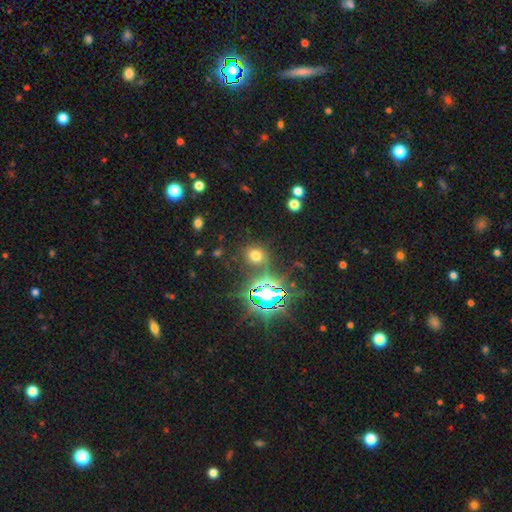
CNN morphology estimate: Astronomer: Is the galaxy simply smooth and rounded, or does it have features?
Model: smooth — 58% (runner-up: star or artifact, 33%).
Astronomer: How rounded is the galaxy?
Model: round — 81%.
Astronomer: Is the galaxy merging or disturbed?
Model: none — 79%.